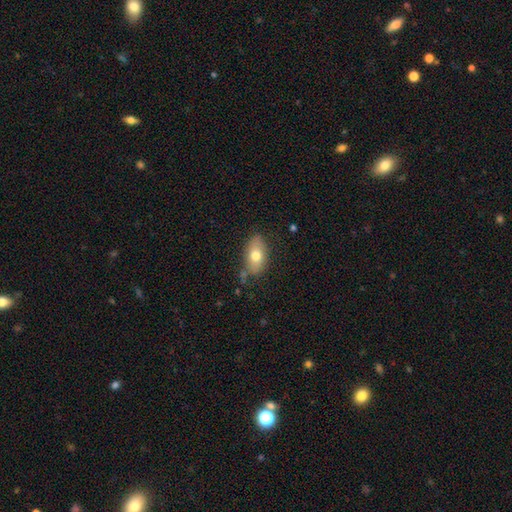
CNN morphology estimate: Smooth or featured: smooth — 71% (featured or disk — 22%)
How rounded: in between — 89% (round — 6%)
Merging: none — 75% (minor disturbance — 18%)